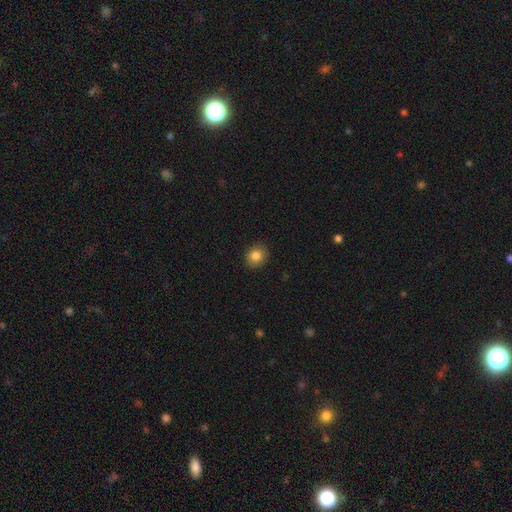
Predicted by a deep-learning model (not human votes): A smooth galaxy with no disk features (83%) that is round (79%).

Vote fractions:
- Smooth or featured? smooth: 83% / star or artifact: 10% / featured or disk: 7%
- How rounded? round: 79% / in between: 20% / cigar-shaped: 1%
- Merging? none: 90% / minor disturbance: 7% / major disturbance: 2% / merger: 1%